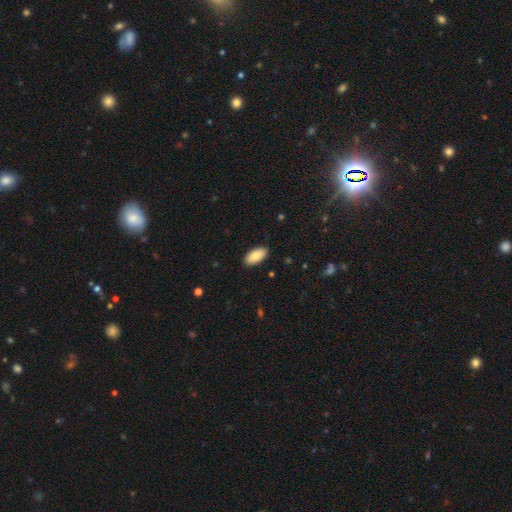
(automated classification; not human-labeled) This is clearly a smooth galaxy (89%). How rounded: clearly in between (95%). Merging: clearly none (88%).